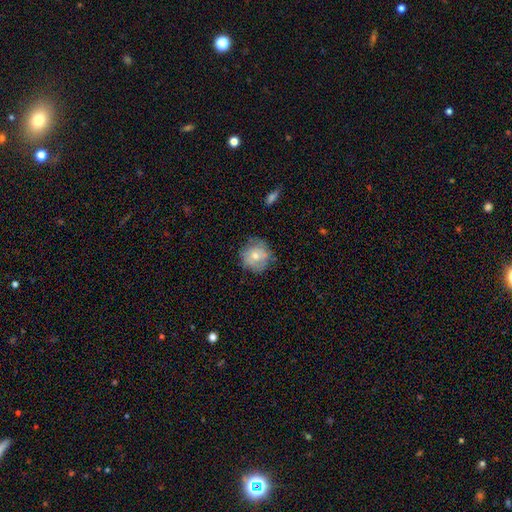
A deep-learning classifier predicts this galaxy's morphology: Q: Smooth or featured?
A: smooth (58%); runner-up: featured or disk (34%)
Q: How rounded?
A: round (89%); runner-up: in between (10%)
Q: Merging?
A: none (71%); runner-up: minor disturbance (21%)